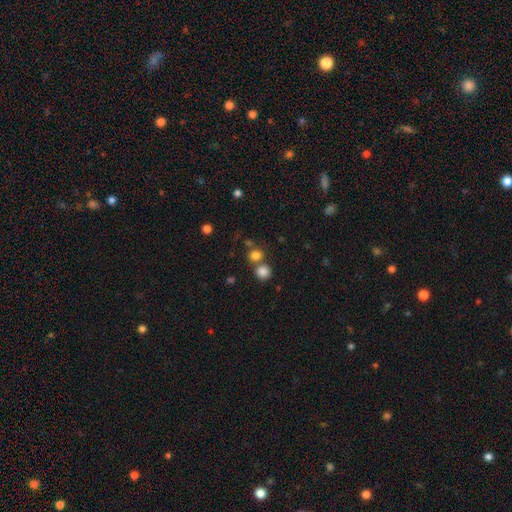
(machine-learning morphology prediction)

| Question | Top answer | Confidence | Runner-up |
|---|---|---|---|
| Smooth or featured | smooth | 80% | star or artifact (14%) |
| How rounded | round | 76% | in between (23%) |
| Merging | none | 56% | merger (31%) |